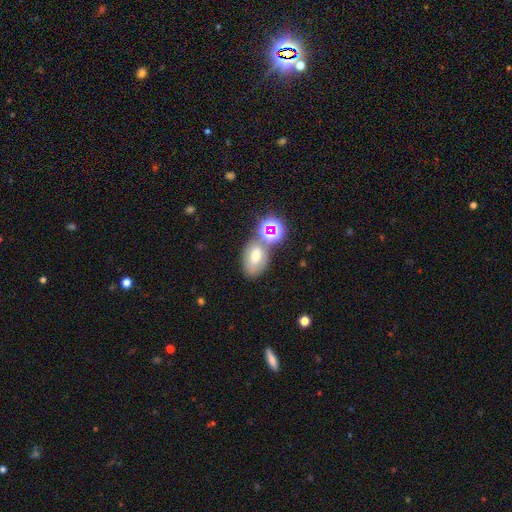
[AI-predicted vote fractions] A smooth galaxy with no disk features (56%) that is in between round and cigar-shaped (76%). Merging: none (56%).